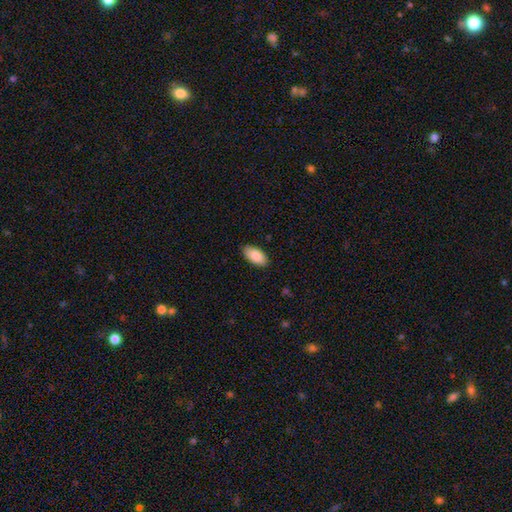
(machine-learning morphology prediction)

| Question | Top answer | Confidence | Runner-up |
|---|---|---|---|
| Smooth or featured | smooth | 88% | featured or disk (6%) |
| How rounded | in between | 94% | cigar-shaped (4%) |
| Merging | none | 86% | minor disturbance (11%) |